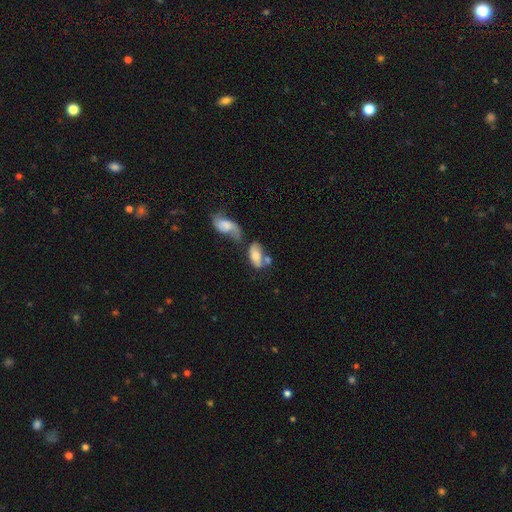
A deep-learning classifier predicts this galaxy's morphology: smooth-or-featured: smooth: 66% | featured or disk: 26% | star or artifact: 8%
  how-rounded: in between: 92% | round: 5% | cigar-shaped: 4%
  merging: merger: 49% | none: 20% | major disturbance: 16% | minor disturbance: 15%